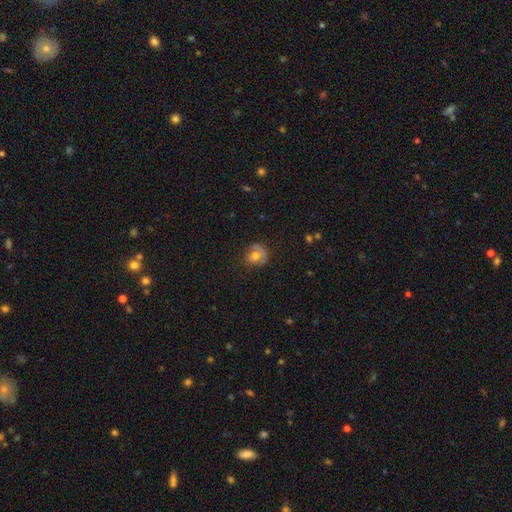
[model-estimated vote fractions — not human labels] Smooth or featured? smooth (57%)
How rounded? round (69%)
Merging? none (50%)